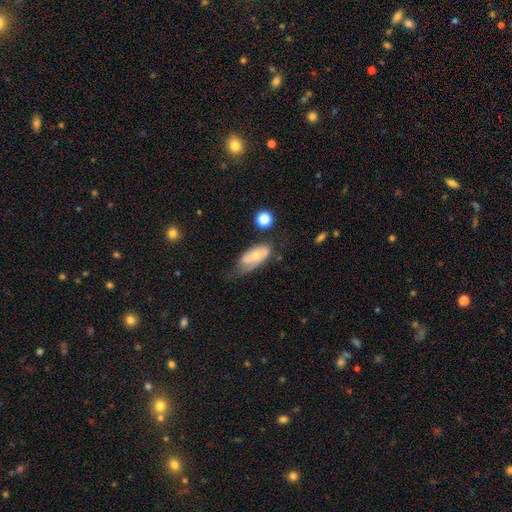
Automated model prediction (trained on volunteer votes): Morphology: type=smooth (49%); merging=none (46%).